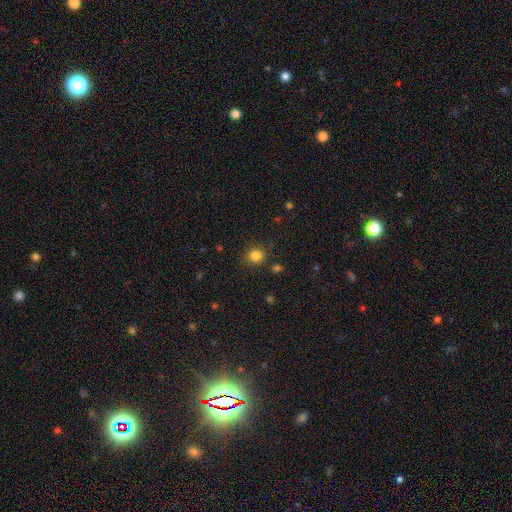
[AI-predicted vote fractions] Overall: smooth (83%). How rounded: round (84%). Merging: none (86%).